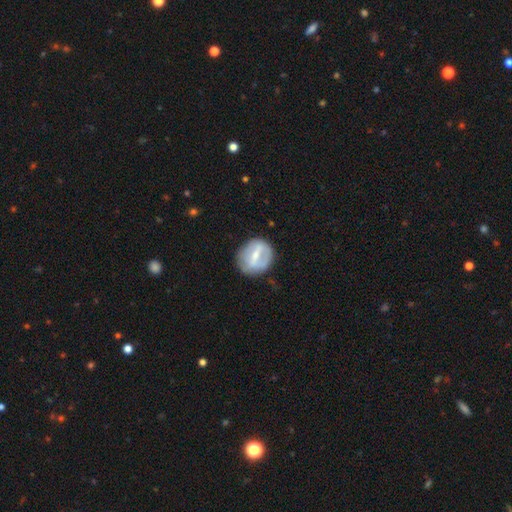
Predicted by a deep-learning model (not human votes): Overall: featured or disk (58%; smooth 36%). Edge-on disk: no (92%). Bar: strong (61%; weak 29%). Spiral arms: no (75%). Bulge size: small (49%; moderate 38%). Merging: none (76%).